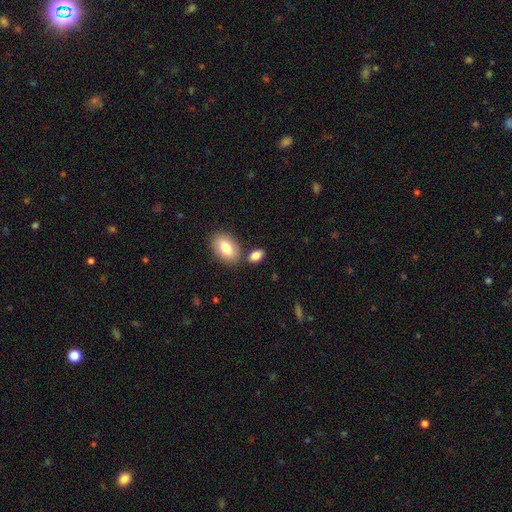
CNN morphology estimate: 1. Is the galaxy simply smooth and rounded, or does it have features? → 83% smooth, 9% featured or disk, 8% star or artifact.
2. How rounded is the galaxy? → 89% in between, 8% round, 3% cigar-shaped.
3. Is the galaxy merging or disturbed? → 69% none, 16% merger, 11% minor disturbance, 3% major disturbance.